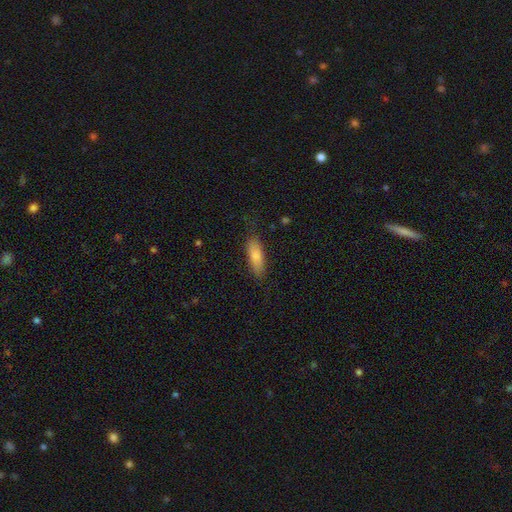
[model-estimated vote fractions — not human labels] This is clearly a smooth galaxy (83%). How rounded: likely in between (61%). Merging: likely none (77%).